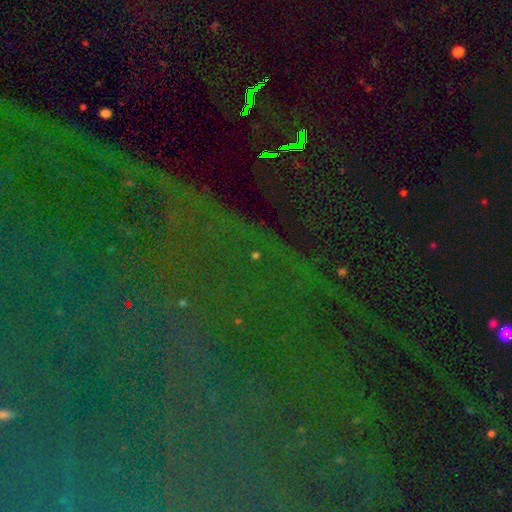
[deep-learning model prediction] Morphology: type=star or artifact (81%).